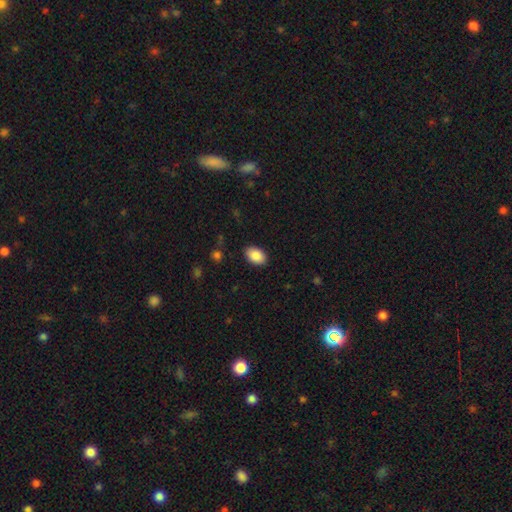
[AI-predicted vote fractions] smooth 88%, star or artifact 7%, featured or disk 5%. Down the decision tree: how rounded — in between (90%); merging — none (89%).